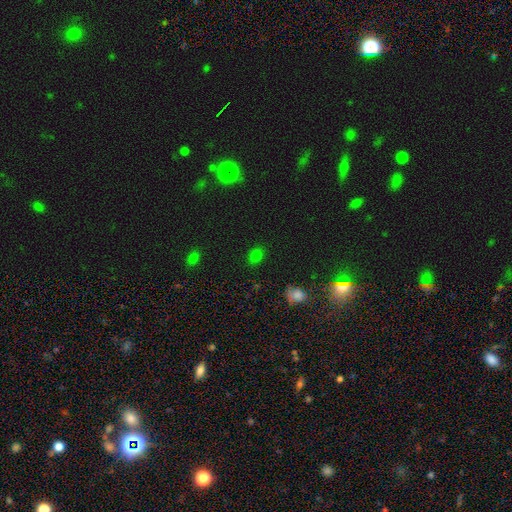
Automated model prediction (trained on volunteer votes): Smooth or featured? smooth (74%)
How rounded? in between (51%)
Merging? none (85%)